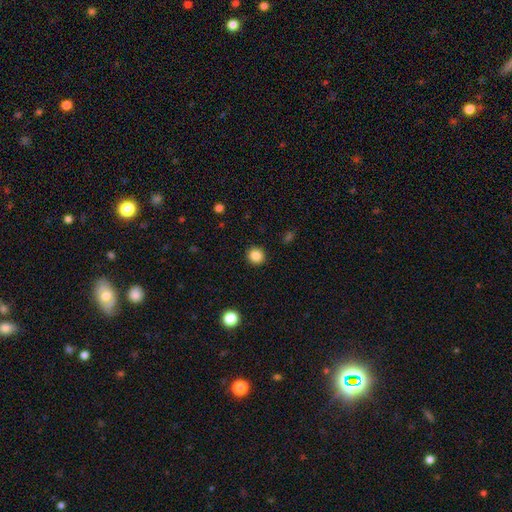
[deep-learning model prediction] smooth_or_featured: smooth (p=0.85) [alt: star or artifact p=0.11]
how_rounded: round (p=0.92) [alt: in between p=0.07]
merging: none (p=0.92) [alt: minor disturbance p=0.05]